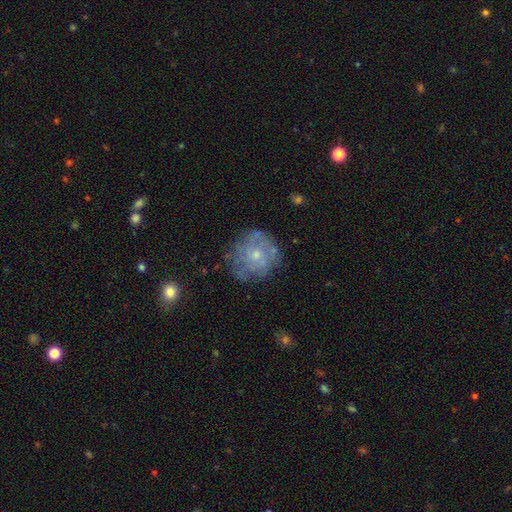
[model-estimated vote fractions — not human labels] This appears to be a featured or disk galaxy (56%) with no bar (85%), spiral arms (54%) and a small central bulge (62%). Merging: none (67%).